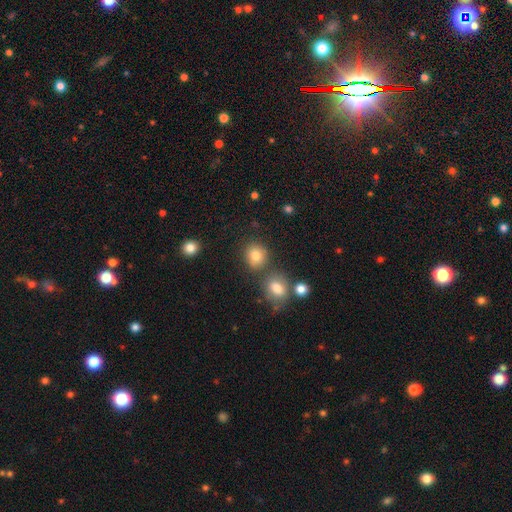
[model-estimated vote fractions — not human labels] Smooth or featured? Predicted: smooth (p=0.81). How rounded? Predicted: round (p=0.76). Merging? Predicted: none (p=0.70).